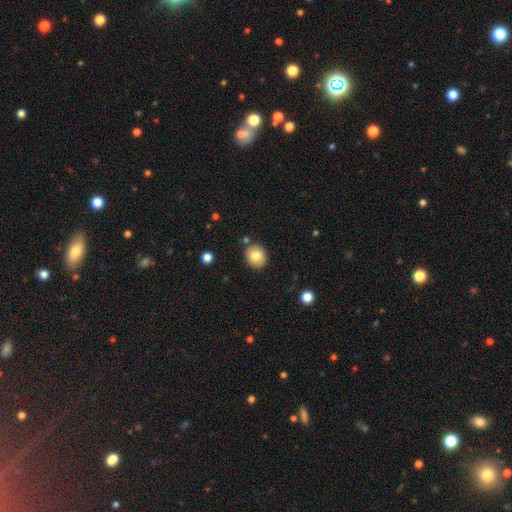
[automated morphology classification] Q: Smooth or featured?
A: smooth (79%); runner-up: featured or disk (12%)
Q: How rounded?
A: round (70%); runner-up: in between (29%)
Q: Merging?
A: none (84%); runner-up: minor disturbance (10%)